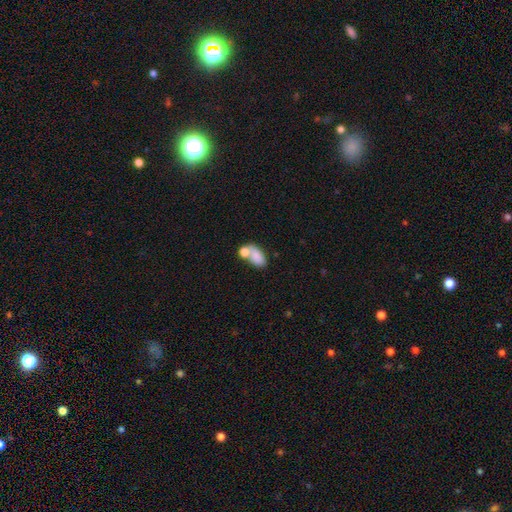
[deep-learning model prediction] The model was most divided on "merging": merger: 47%, none: 31%, minor disturbance: 13%, major disturbance: 8%. More confident: how rounded — in between (90%); smooth or featured — smooth (78%).